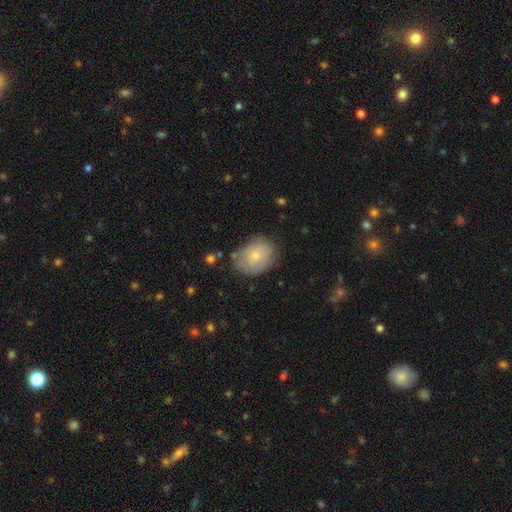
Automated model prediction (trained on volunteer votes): Smooth or featured? Predicted: smooth (p=0.73). How rounded? Predicted: in between (p=0.68). Merging? Predicted: none (p=0.67).